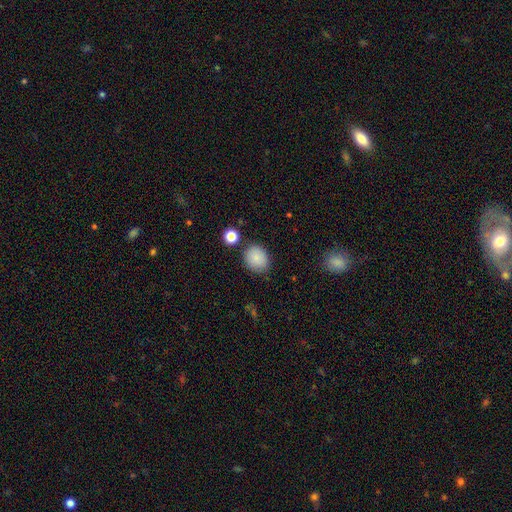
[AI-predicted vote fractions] smooth_or_featured: smooth (p=0.86) [alt: star or artifact p=0.09]
how_rounded: round (p=0.61) [alt: in between p=0.38]
merging: none (p=0.81) [alt: minor disturbance p=0.12]